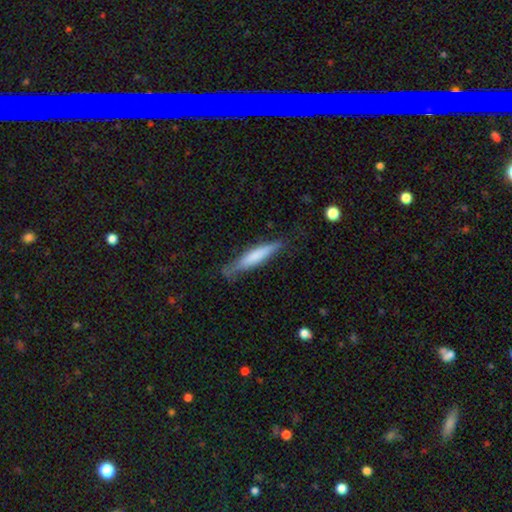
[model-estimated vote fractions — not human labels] Smooth or featured?
  - smooth: 65% *
  - featured or disk: 29%
  - star or artifact: 5%
How rounded?
  - cigar-shaped: 89% *
  - in between: 10%
  - round: 1%
Merging?
  - none: 69% *
  - minor disturbance: 23%
  - major disturbance: 6%
  - merger: 2%